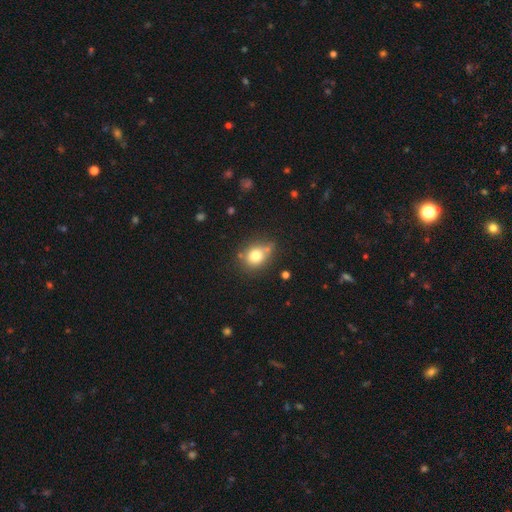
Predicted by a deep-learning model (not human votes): Smooth or featured? Predicted: smooth (p=0.78). How rounded? Predicted: round (p=0.62). Merging? Predicted: none (p=0.60).